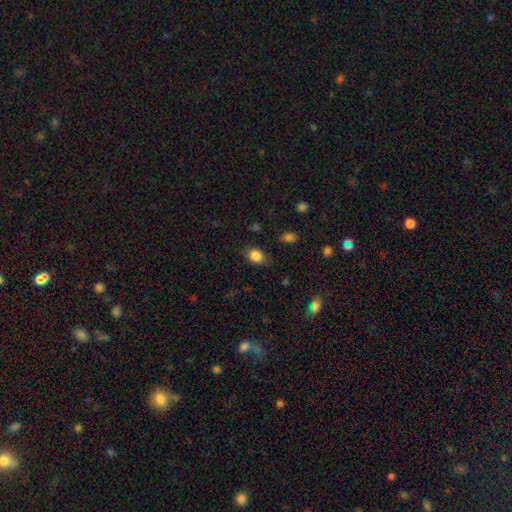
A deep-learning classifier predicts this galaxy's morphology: Smooth or featured: smooth — 85% (star or artifact — 10%)
How rounded: in between — 60% (round — 39%)
Merging: none — 81% (minor disturbance — 14%)